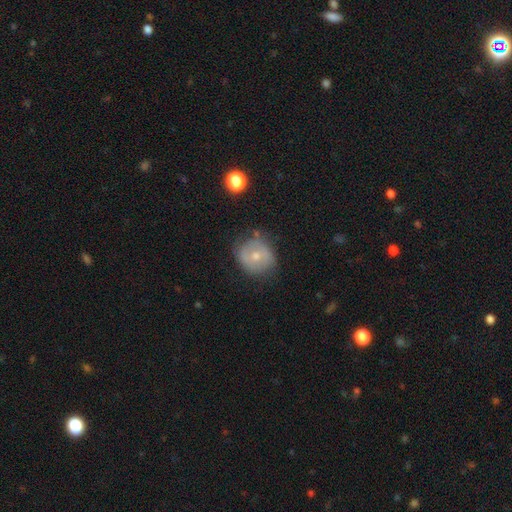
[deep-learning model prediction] Overall: smooth (52%; featured or disk 39%). How rounded: round (82%). Merging: none (68%).